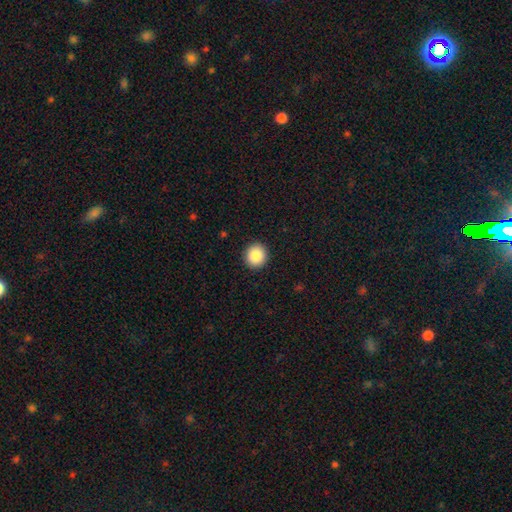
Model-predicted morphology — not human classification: Smooth or featured? Predicted: smooth (p=0.86). How rounded? Predicted: round (p=0.90). Merging? Predicted: none (p=0.93).